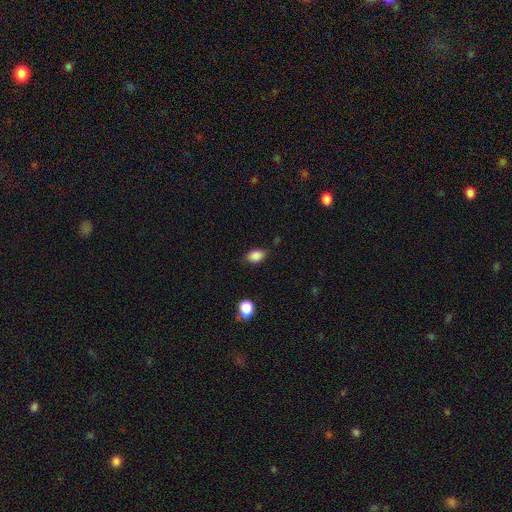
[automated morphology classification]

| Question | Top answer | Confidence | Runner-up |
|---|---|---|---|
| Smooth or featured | smooth | 87% | star or artifact (9%) |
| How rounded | in between | 83% | round (16%) |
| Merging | none | 75% | minor disturbance (19%) |